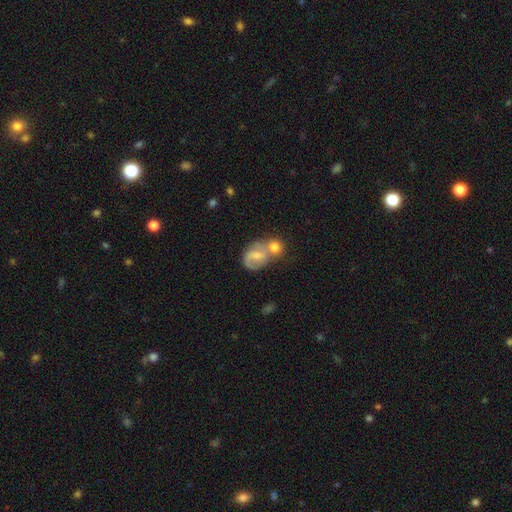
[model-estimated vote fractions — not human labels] Smooth or featured?
  - featured or disk: 50% *
  - smooth: 41%
  - star or artifact: 9%
Edge-on disk?
  - no: 97% *
  - yes: 3%
Merging?
  - merger: 50% *
  - none: 28%
  - minor disturbance: 13%
  - major disturbance: 9%